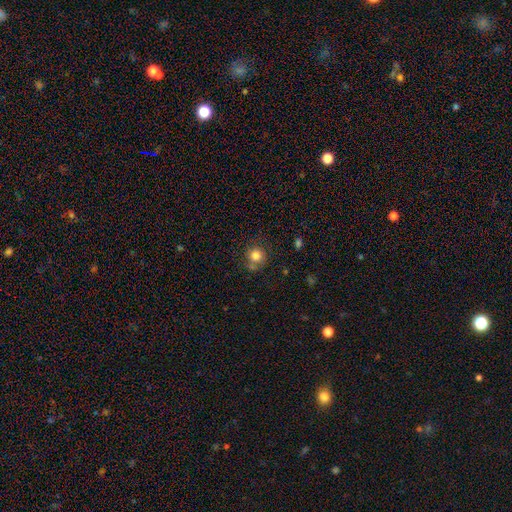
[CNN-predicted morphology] smooth-or-featured: smooth: 80% | star or artifact: 11% | featured or disk: 9%
  how-rounded: round: 89% | in between: 10% | cigar-shaped: 1%
  merging: none: 68% | minor disturbance: 17% | merger: 9% | major disturbance: 6%